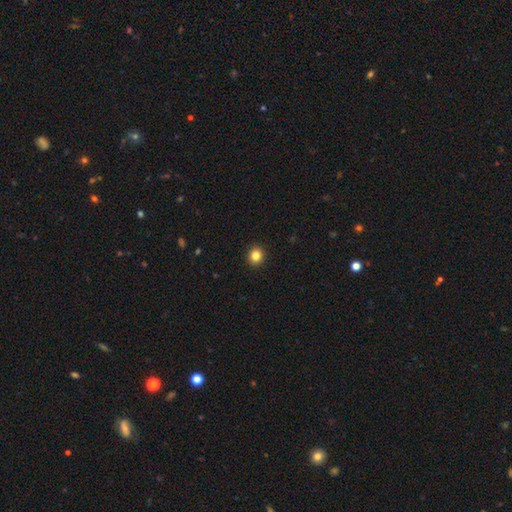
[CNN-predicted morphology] smooth-or-featured: smooth: 84% | star or artifact: 11% | featured or disk: 5%
  how-rounded: round: 87% | in between: 12% | cigar-shaped: 1%
  merging: none: 93% | minor disturbance: 5% | major disturbance: 1% | merger: 1%